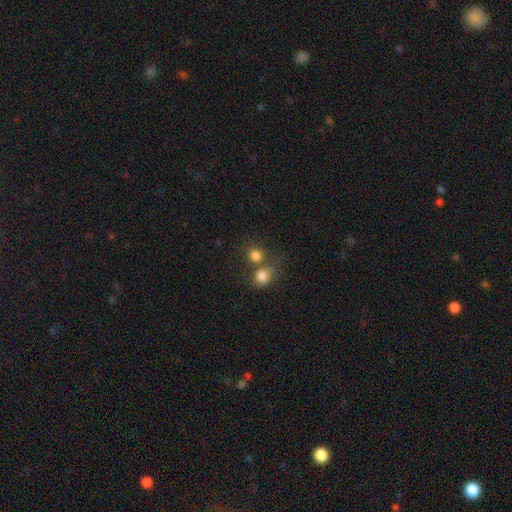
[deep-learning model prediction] Q: Smooth or featured?
A: smooth (80%); runner-up: star or artifact (12%)
Q: How rounded?
A: round (78%); runner-up: in between (21%)
Q: Merging?
A: none (46%); runner-up: merger (41%)